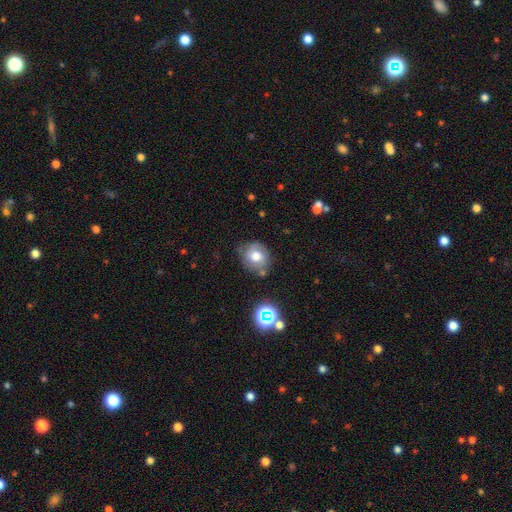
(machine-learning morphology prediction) A smooth galaxy with no disk features (65%) that is round (74%). Merging: none (68%).